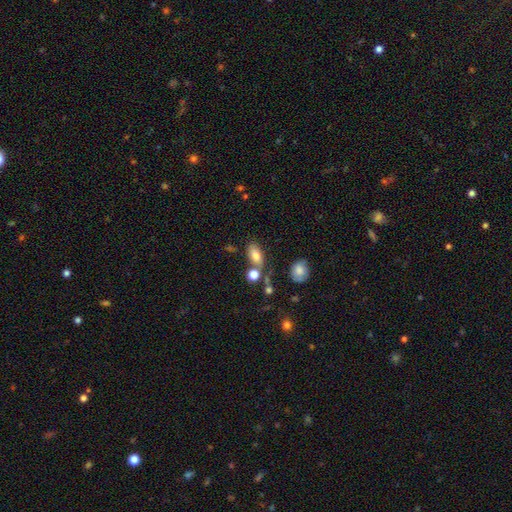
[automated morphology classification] Q: Smooth or featured?
A: smooth (80%); runner-up: featured or disk (11%)
Q: How rounded?
A: in between (87%); runner-up: round (8%)
Q: Merging?
A: none (62%); runner-up: merger (16%)